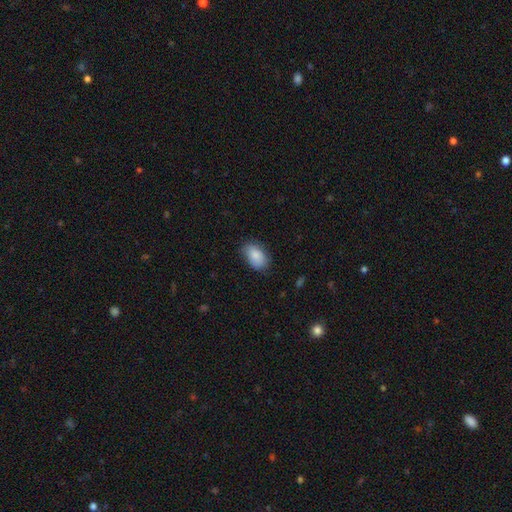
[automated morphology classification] Smooth or featured? smooth (86%)
How rounded? in between (90%)
Merging? none (73%)